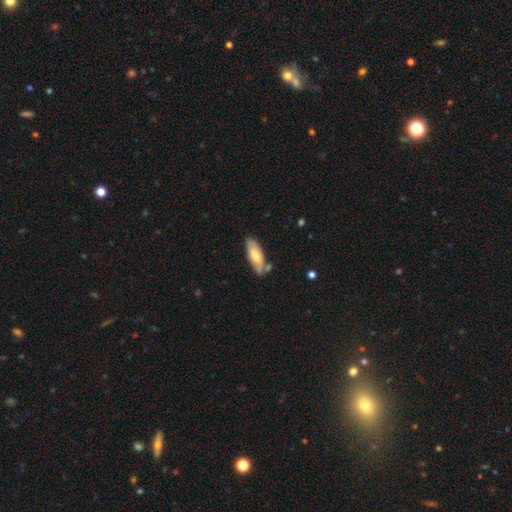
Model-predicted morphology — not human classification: A smooth galaxy with no disk features (65%) that is in between round and cigar-shaped (68%). Merging: none (64%).